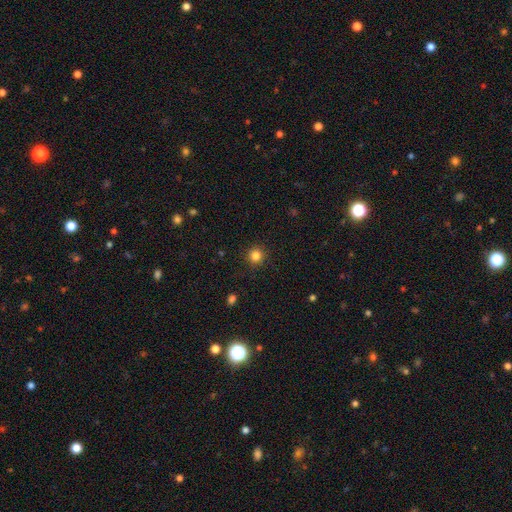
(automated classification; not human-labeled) Smooth or featured: smooth — 83% (star or artifact — 12%)
How rounded: round — 94% (in between — 5%)
Merging: none — 91% (minor disturbance — 6%)